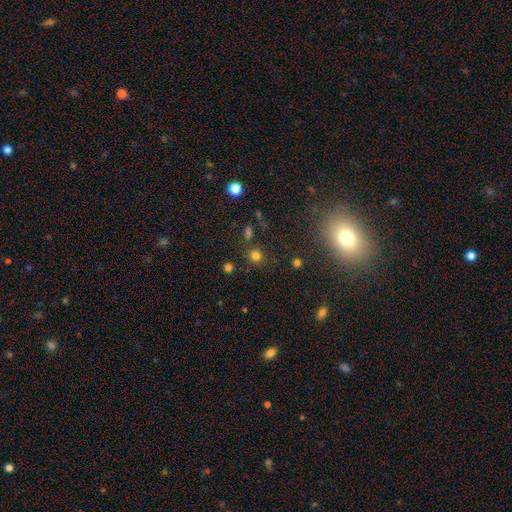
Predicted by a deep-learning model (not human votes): A smooth galaxy with no disk features (75%) that is round (86%). Merging: none (80%).